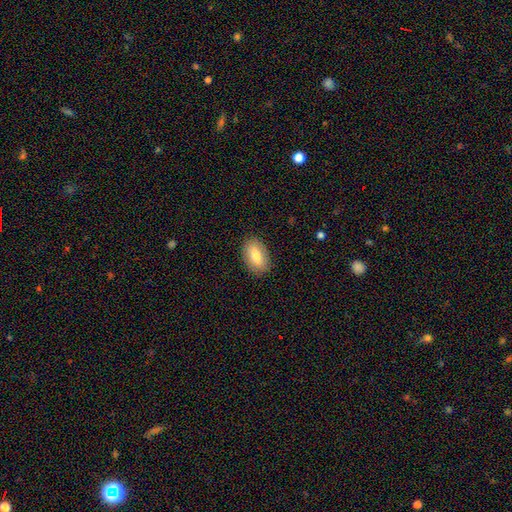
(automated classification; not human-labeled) Smooth or featured?
  - smooth: 81% *
  - featured or disk: 13%
  - star or artifact: 6%
How rounded?
  - in between: 92% *
  - round: 6%
  - cigar-shaped: 2%
Merging?
  - none: 88% *
  - minor disturbance: 9%
  - major disturbance: 2%
  - merger: 1%